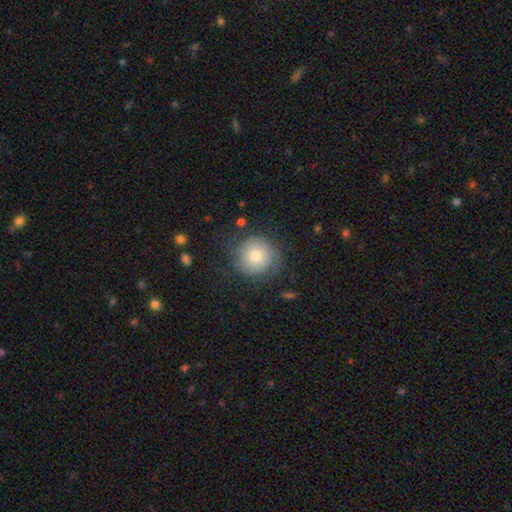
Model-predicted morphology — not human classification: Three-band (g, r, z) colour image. It shows a smooth galaxy with no disk features (59%) that is round (93%). Merging: none (71%).